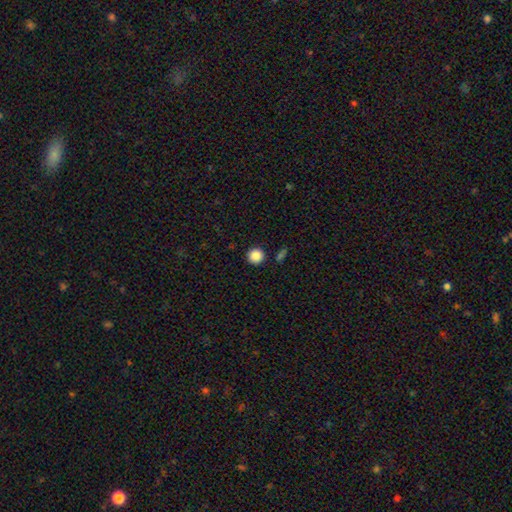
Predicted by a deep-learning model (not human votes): Smooth or featured? Predicted: smooth (p=0.87). How rounded? Predicted: round (p=0.95). Merging? Predicted: none (p=0.90).